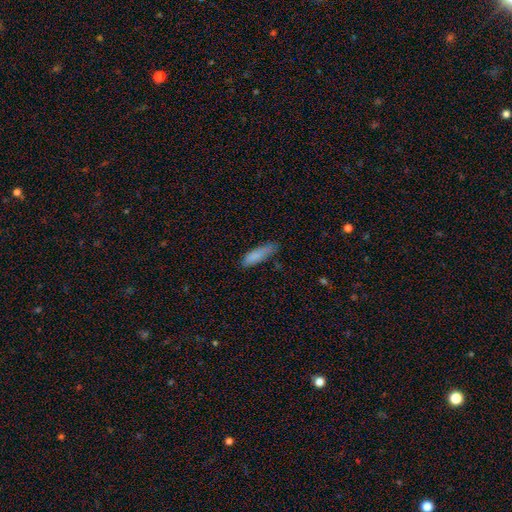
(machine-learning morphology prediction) A smooth galaxy with no disk features (83%) that is cigar-shaped (67%). Merging: none (64%).